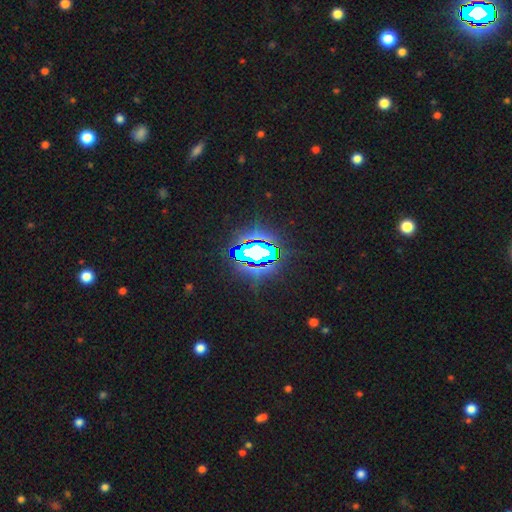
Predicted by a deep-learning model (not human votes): Morphology: type=star or artifact (73%).